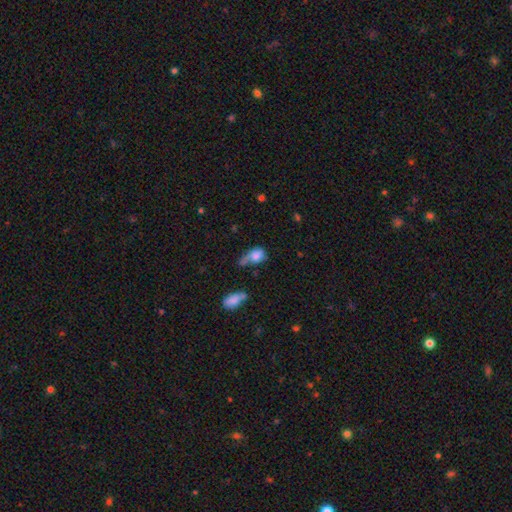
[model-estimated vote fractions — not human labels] Smooth or featured? smooth (74%)
How rounded? in between (73%)
Merging? major disturbance (29%)